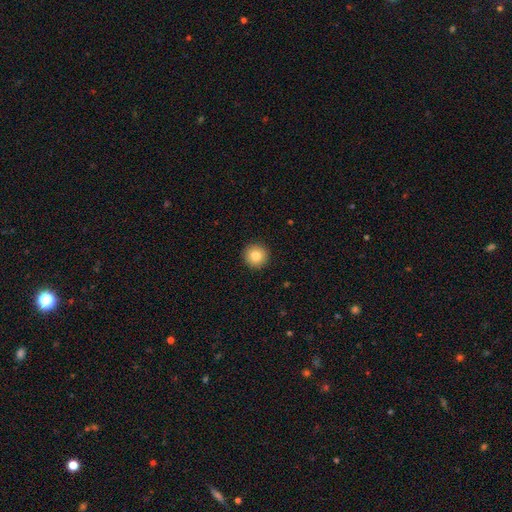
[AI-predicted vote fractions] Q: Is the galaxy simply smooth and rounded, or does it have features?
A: smooth — 83%.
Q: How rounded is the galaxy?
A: round — 96%.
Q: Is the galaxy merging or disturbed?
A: none — 93%.